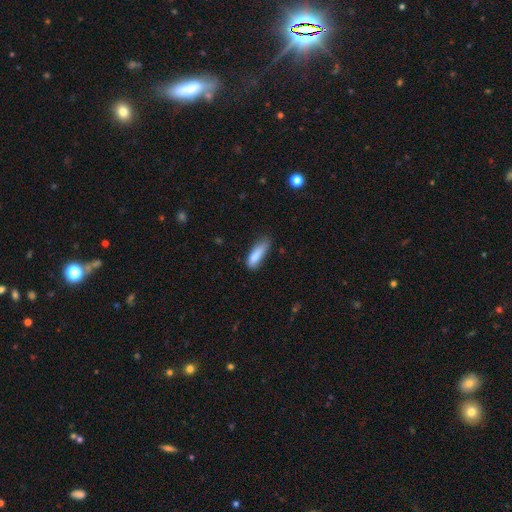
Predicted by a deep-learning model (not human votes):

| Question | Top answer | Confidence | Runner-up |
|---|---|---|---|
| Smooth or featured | smooth | 85% | featured or disk (8%) |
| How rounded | cigar-shaped | 51% | in between (47%) |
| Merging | none | 49% | minor disturbance (38%) |